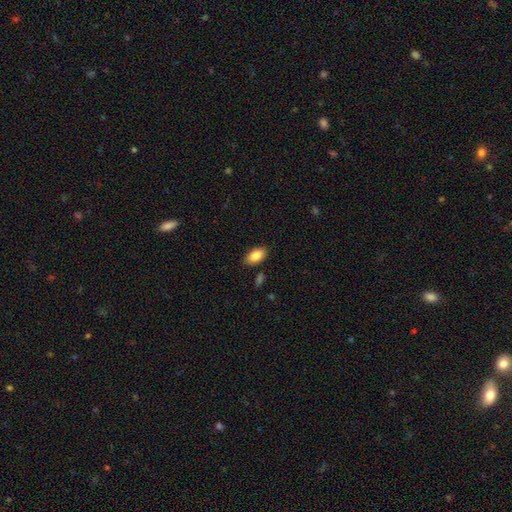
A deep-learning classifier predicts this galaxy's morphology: Q: Smooth or featured?
A: smooth (86%); runner-up: star or artifact (7%)
Q: How rounded?
A: in between (93%); runner-up: round (4%)
Q: Merging?
A: none (85%); runner-up: minor disturbance (10%)